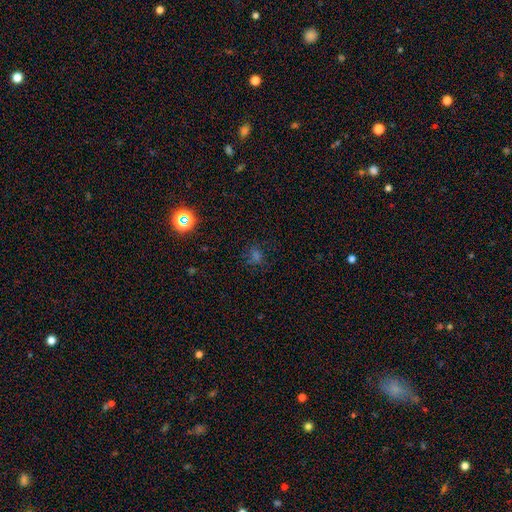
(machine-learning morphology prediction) smooth-or-featured: smooth: 45% | star or artifact: 44% | featured or disk: 11%
  merging: none: 77% | minor disturbance: 14% | major disturbance: 6% | merger: 3%